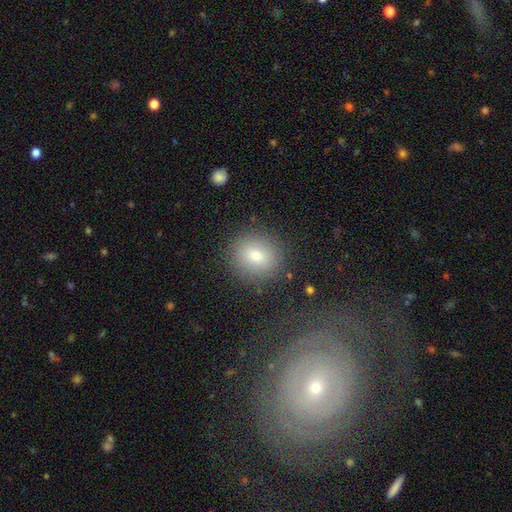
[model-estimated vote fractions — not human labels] Morphology: type=smooth (78%); roundness=round (80%); merging=none (87%).